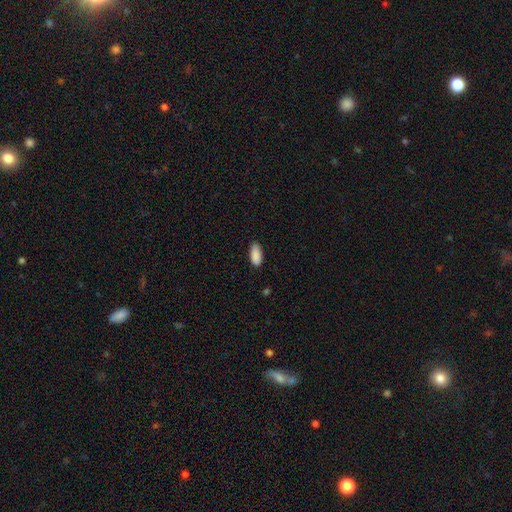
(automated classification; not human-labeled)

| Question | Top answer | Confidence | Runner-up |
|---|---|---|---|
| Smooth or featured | smooth | 89% | star or artifact (7%) |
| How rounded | in between | 89% | cigar-shaped (9%) |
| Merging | none | 79% | minor disturbance (17%) |